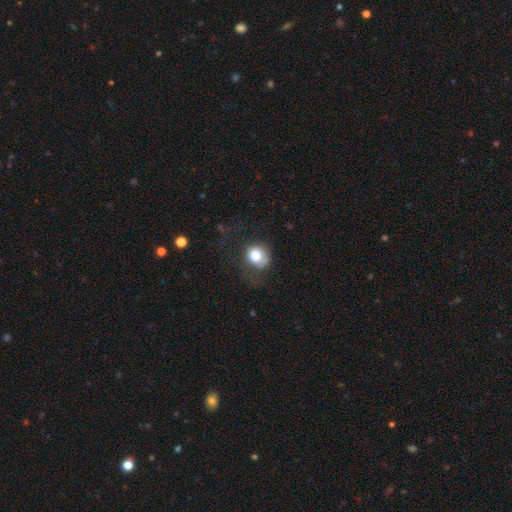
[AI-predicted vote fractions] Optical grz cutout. It shows a smooth galaxy with no disk features (77%) that is round (79%). Merging: none (49%).